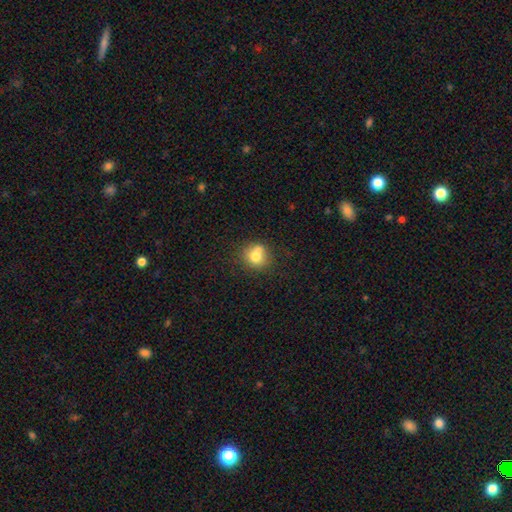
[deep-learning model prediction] A smooth galaxy with no disk features (73%) that is round (84%).

Vote fractions:
- Smooth or featured? smooth: 73% / featured or disk: 15% / star or artifact: 11%
- How rounded? round: 84% / in between: 15% / cigar-shaped: 1%
- Merging? none: 56% / merger: 27% / minor disturbance: 13% / major disturbance: 4%